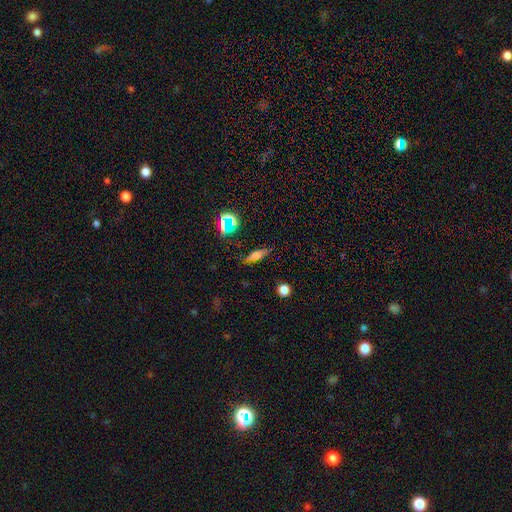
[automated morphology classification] smooth_or_featured: smooth (p=0.60) [alt: featured or disk p=0.24]
how_rounded: cigar-shaped (p=0.52) [alt: in between p=0.42]
merging: none (p=0.82) [alt: minor disturbance p=0.13]